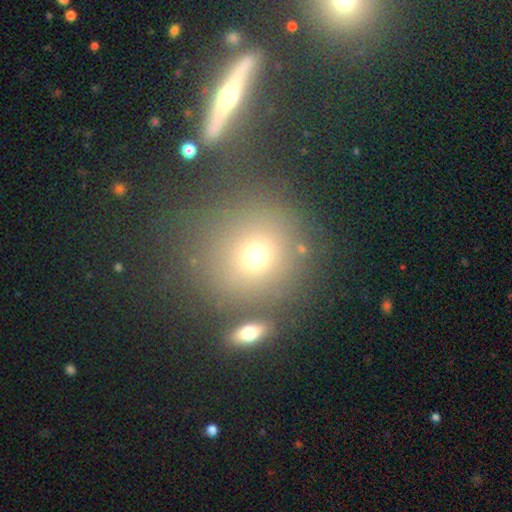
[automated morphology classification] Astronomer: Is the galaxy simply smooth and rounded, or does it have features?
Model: smooth — 67%.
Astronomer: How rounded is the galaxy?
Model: round — 88%.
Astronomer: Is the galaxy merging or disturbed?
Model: none — 70%.